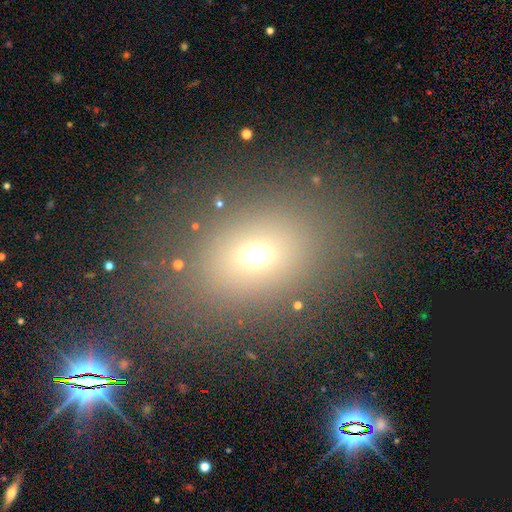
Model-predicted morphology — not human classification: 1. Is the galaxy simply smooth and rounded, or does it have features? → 64% smooth, 24% star or artifact, 12% featured or disk.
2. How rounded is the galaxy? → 57% in between, 41% round, 2% cigar-shaped.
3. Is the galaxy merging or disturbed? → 82% none, 9% minor disturbance, 6% major disturbance, 3% merger.